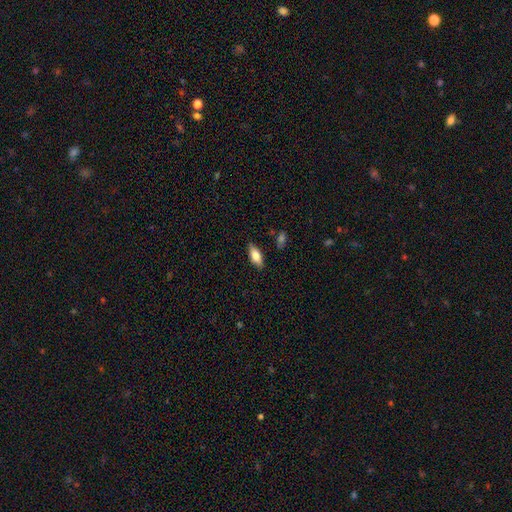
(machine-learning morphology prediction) Smooth or featured: smooth — 76% (featured or disk — 18%)
How rounded: in between — 82% (cigar-shaped — 15%)
Merging: none — 85% (minor disturbance — 11%)